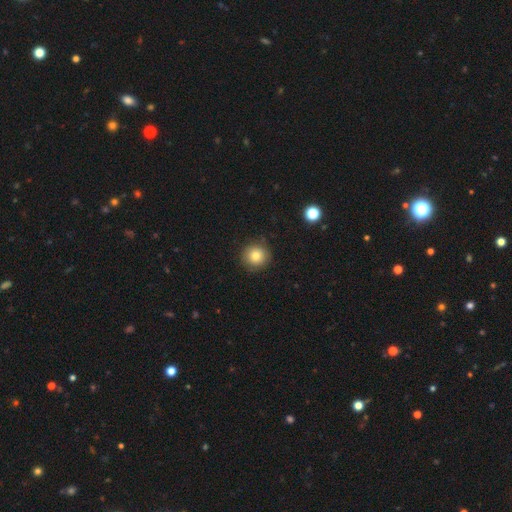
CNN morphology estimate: The model was most divided on "smooth or featured": smooth: 81%, star or artifact: 11%, featured or disk: 8%. More confident: how rounded — round (93%); merging — none (87%).